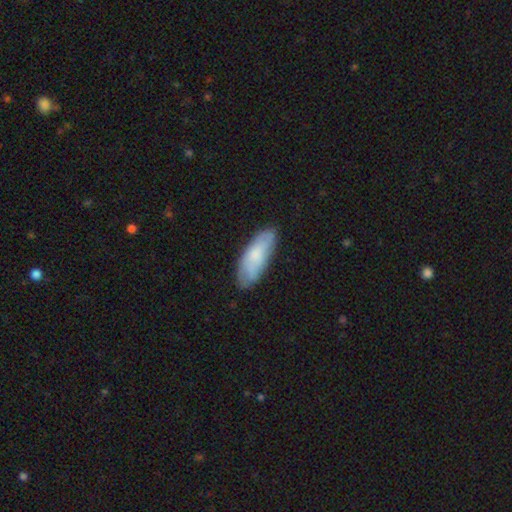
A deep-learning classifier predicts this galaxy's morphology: Smooth or featured: smooth — 69% (featured or disk — 25%)
How rounded: in between — 73% (cigar-shaped — 26%)
Merging: none — 73% (minor disturbance — 22%)